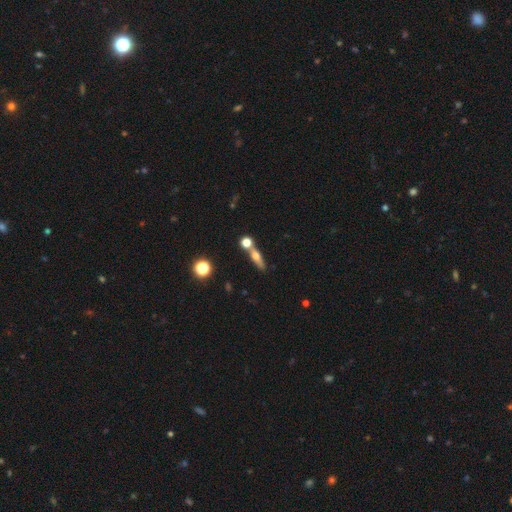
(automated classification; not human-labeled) smooth_or_featured: smooth (p=0.51) [alt: featured or disk p=0.38]
how_rounded: cigar-shaped (p=0.56) [alt: in between p=0.31]
merging: none (p=0.60) [alt: merger p=0.24]